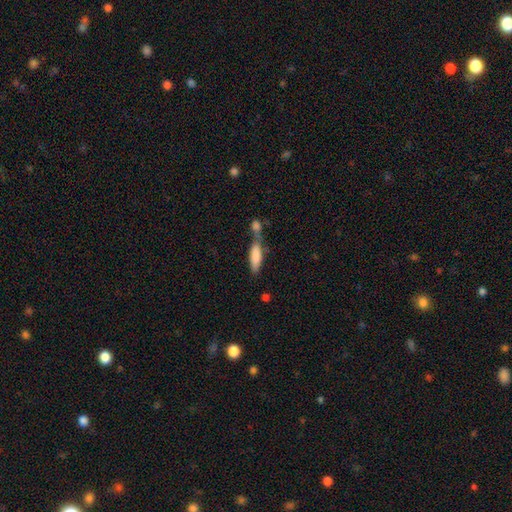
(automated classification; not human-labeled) A smooth galaxy with no disk features (79%) that is cigar-shaped (52%).

Vote fractions:
- Smooth or featured? smooth: 79% / featured or disk: 14% / star or artifact: 6%
- How rounded? cigar-shaped: 52% / in between: 46% / round: 2%
- Merging? merger: 49% / none: 30% / minor disturbance: 14% / major disturbance: 7%